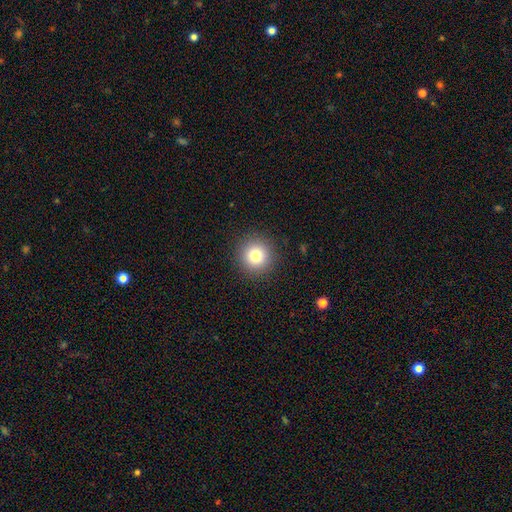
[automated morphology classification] Smooth or featured?
  - smooth: 79% *
  - star or artifact: 12%
  - featured or disk: 9%
How rounded?
  - round: 95% *
  - in between: 4%
  - cigar-shaped: 1%
Merging?
  - none: 91% *
  - minor disturbance: 6%
  - major disturbance: 2%
  - merger: 1%